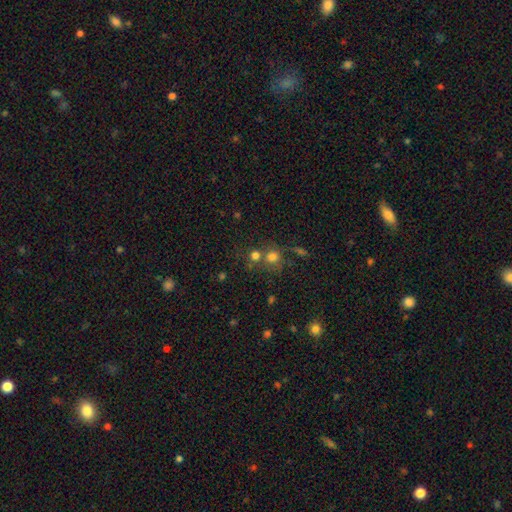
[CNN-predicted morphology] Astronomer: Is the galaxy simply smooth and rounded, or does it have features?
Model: smooth — 72%.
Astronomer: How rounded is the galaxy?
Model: round — 87%.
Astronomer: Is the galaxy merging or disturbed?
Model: none — 51% (runner-up: merger, 37%).